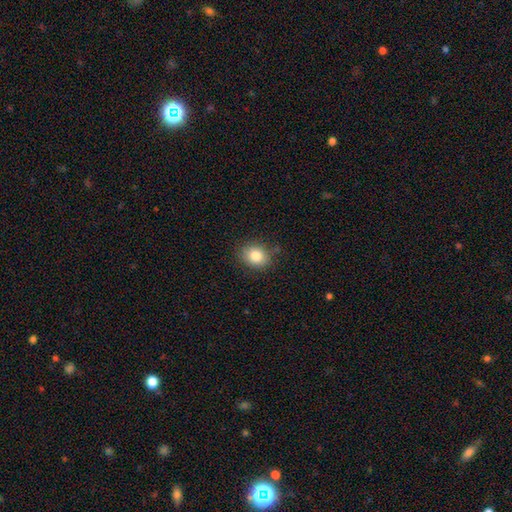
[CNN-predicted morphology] smooth_or_featured: smooth (p=0.83) [alt: star or artifact p=0.10]
how_rounded: round (p=0.58) [alt: in between p=0.41]
merging: none (p=0.82) [alt: minor disturbance p=0.13]